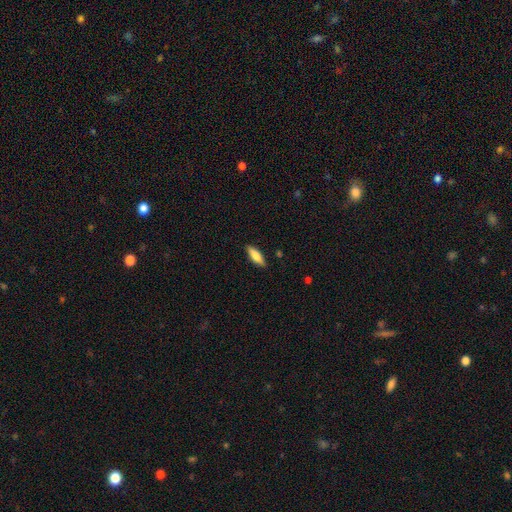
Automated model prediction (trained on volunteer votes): This is likely a smooth galaxy (79%). How rounded: possibly in between (58%). Merging: clearly none (86%).